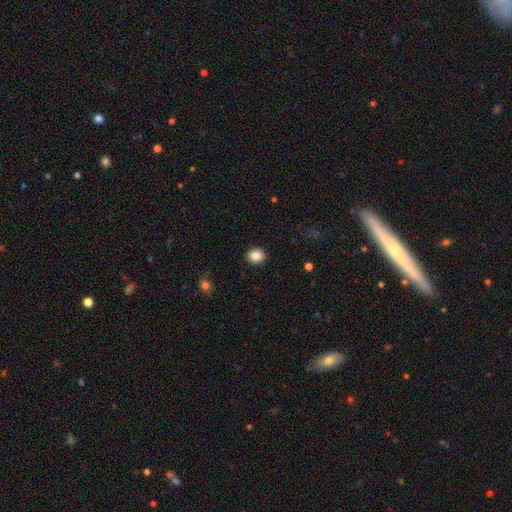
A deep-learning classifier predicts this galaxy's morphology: Smooth or featured? Predicted: smooth (p=0.86). How rounded? Predicted: round (p=0.70). Merging? Predicted: none (p=0.90).